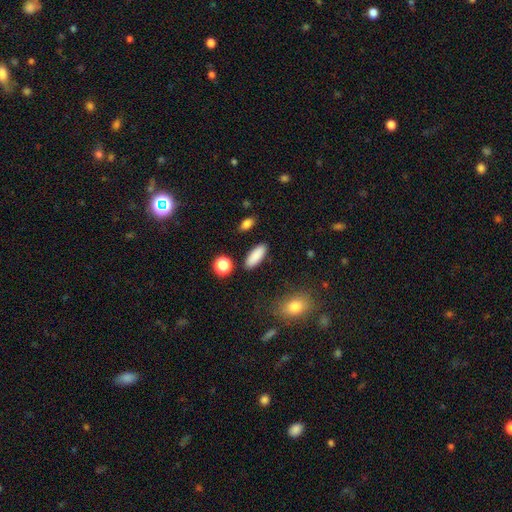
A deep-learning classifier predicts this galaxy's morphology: A smooth galaxy with no disk features (88%) that is in between round and cigar-shaped (73%).

Vote fractions:
- Smooth or featured? smooth: 88% / star or artifact: 7% / featured or disk: 5%
- How rounded? in between: 73% / cigar-shaped: 24% / round: 3%
- Merging? none: 88% / minor disturbance: 8% / merger: 2% / major disturbance: 2%